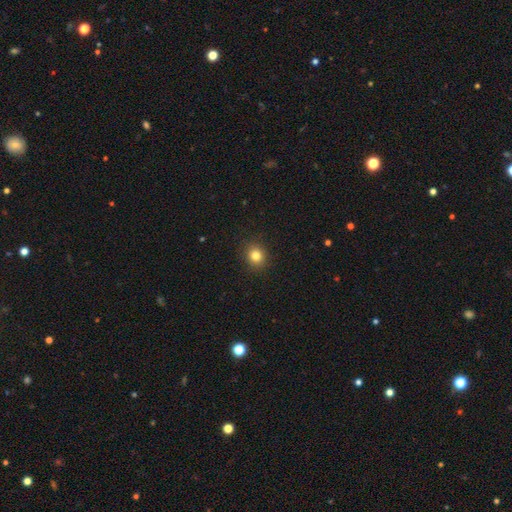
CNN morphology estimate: smooth 82%, star or artifact 12%, featured or disk 6%. Down the decision tree: how rounded — round (80%); merging — none (91%).